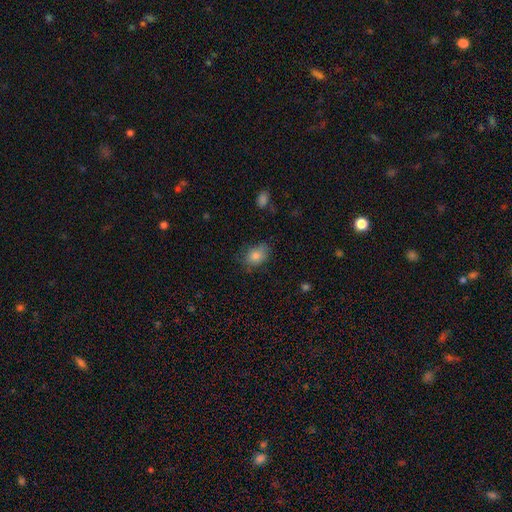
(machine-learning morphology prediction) smooth 82%, star or artifact 9%, featured or disk 9%. Down the decision tree: how rounded — in between (72%); merging — none (64%).